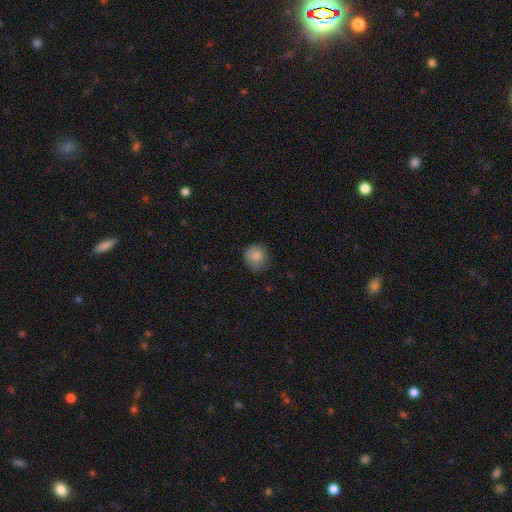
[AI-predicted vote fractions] Morphology: type=smooth (84%); roundness=round (87%); merging=none (81%).